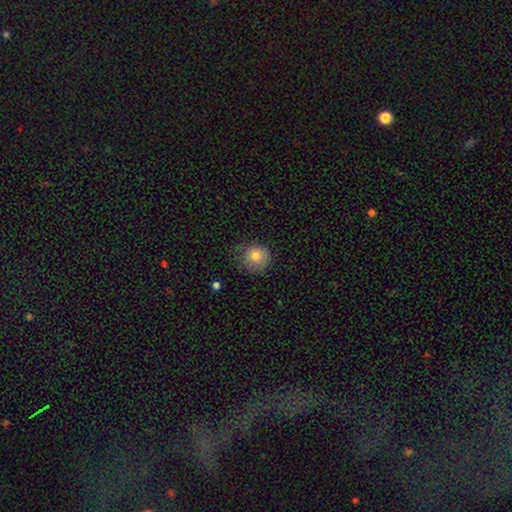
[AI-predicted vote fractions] The model was most divided on "merging": none: 63%, minor disturbance: 27%, major disturbance: 9%, merger: 2%. More confident: how rounded — round (89%); smooth or featured — smooth (80%).